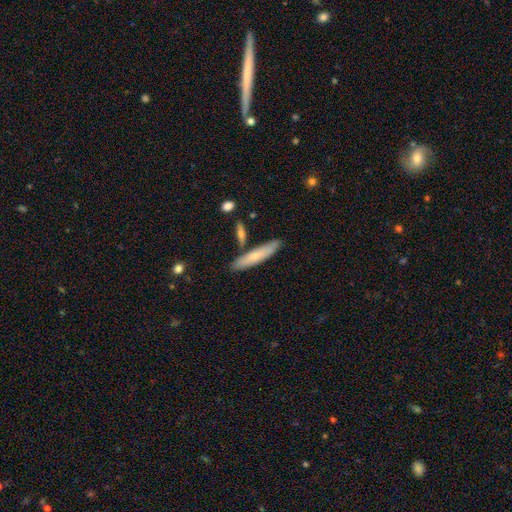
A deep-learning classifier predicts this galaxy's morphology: smooth-or-featured: smooth: 66% | featured or disk: 28% | star or artifact: 6%
  how-rounded: cigar-shaped: 86% | in between: 13% | round: 1%
  merging: none: 78% | minor disturbance: 12% | merger: 8% | major disturbance: 2%